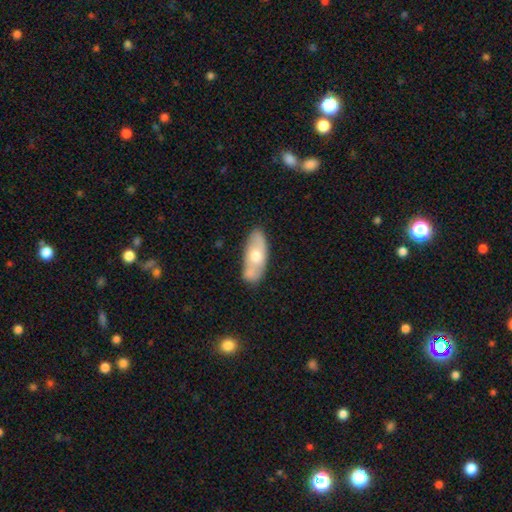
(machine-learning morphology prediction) Smooth or featured: smooth — 55% (featured or disk — 39%)
How rounded: in between — 81% (cigar-shaped — 16%)
Merging: none — 68% (minor disturbance — 18%)